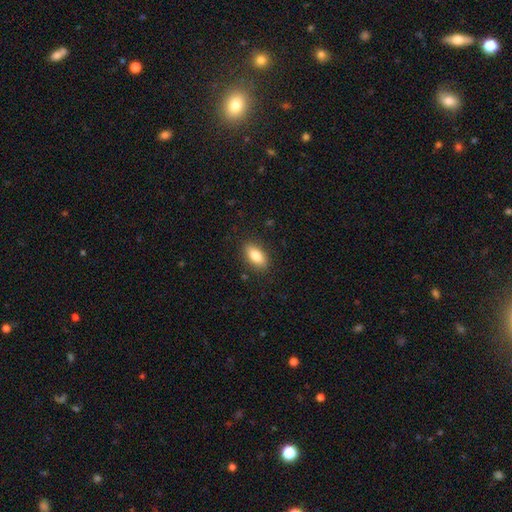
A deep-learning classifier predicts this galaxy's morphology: A smooth galaxy with no disk features (82%) that is in between round and cigar-shaped (87%). Merging: none (87%).